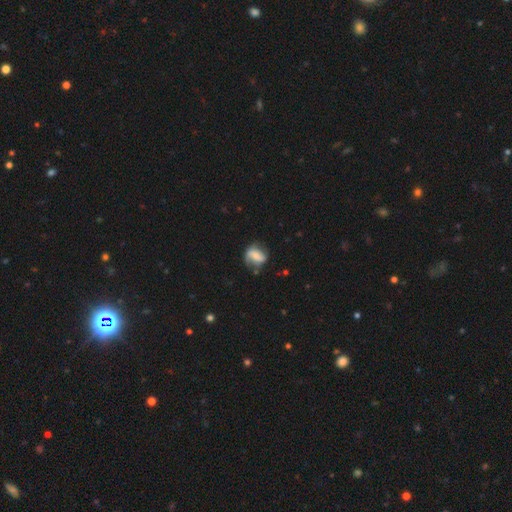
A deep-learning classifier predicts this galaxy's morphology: Smooth or featured? featured or disk (54%)
Edge-on disk? no (96%)
Bar? weak (36%)
Spiral arms? yes (80%)
Bulge size? small (39%)
Merging? none (57%)